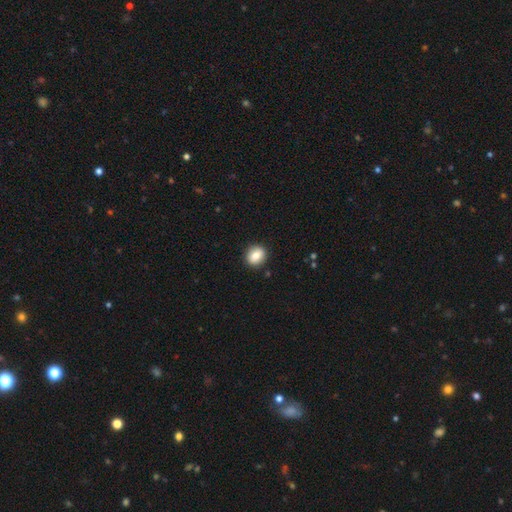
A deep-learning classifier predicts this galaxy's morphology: smooth-or-featured: smooth: 82% | featured or disk: 9% | star or artifact: 8%
  how-rounded: round: 67% | in between: 32% | cigar-shaped: 1%
  merging: none: 90% | minor disturbance: 7% | major disturbance: 2% | merger: 1%